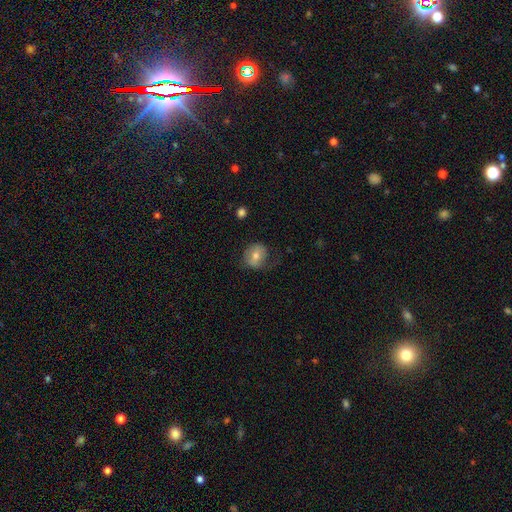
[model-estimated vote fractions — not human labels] Morphology: type=smooth (64%); roundness=round (68%); merging=none (59%).